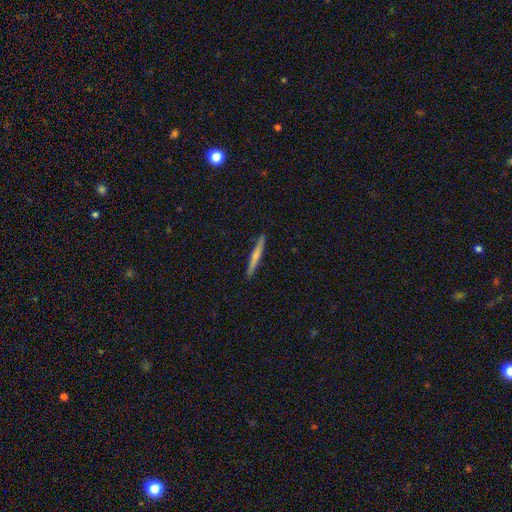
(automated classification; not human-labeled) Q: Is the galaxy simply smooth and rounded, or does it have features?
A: smooth — 55%.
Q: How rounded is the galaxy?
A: cigar-shaped — 96%.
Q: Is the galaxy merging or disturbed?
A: none — 91%.